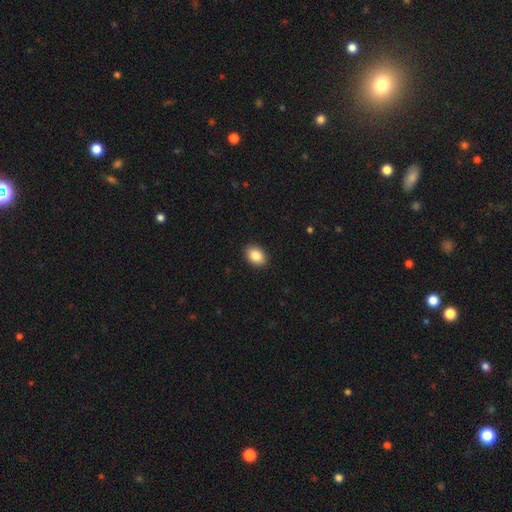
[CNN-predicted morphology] Smooth or featured: smooth — 87% (star or artifact — 8%)
How rounded: in between — 76% (round — 23%)
Merging: none — 90% (minor disturbance — 7%)